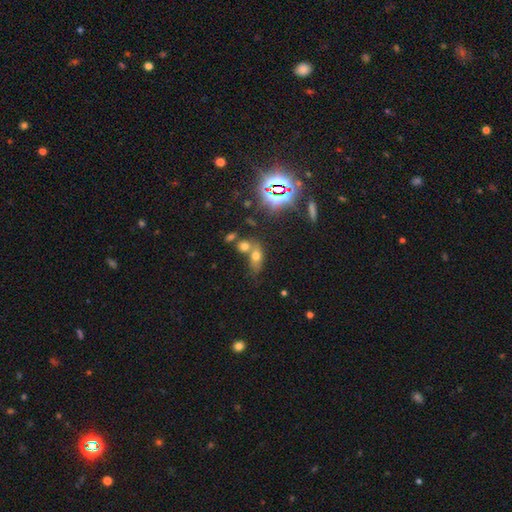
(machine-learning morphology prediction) The model was most divided on "merging": merger: 49%, none: 33%, minor disturbance: 11%, major disturbance: 6%. More confident: how rounded — in between (70%); smooth or featured — smooth (58%).